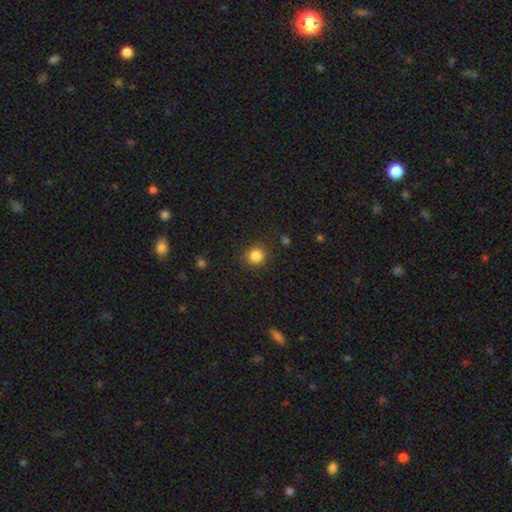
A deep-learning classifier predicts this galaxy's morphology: Smooth or featured? Predicted: smooth (p=0.85). How rounded? Predicted: round (p=0.89). Merging? Predicted: none (p=0.87).